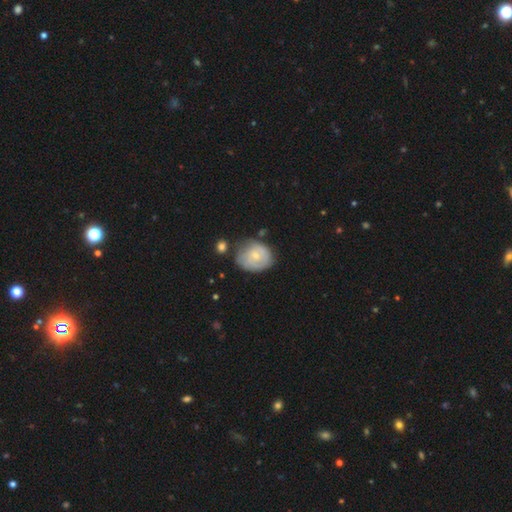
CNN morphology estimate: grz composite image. It shows a featured or disk galaxy (49%). Merging: none (55%).